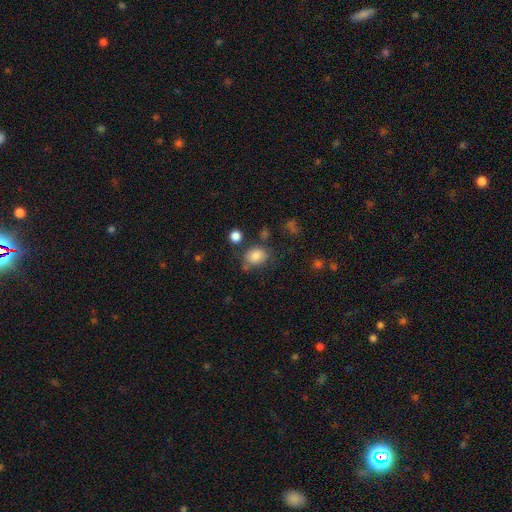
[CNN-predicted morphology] This is clearly a smooth galaxy (81%). How rounded: possibly round (51%). Merging: likely none (67%).